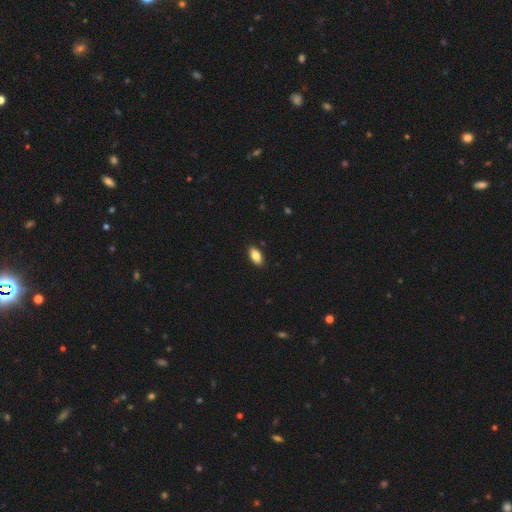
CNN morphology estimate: A smooth galaxy with no disk features (86%) that is in between round and cigar-shaped (92%). Merging: none (89%).